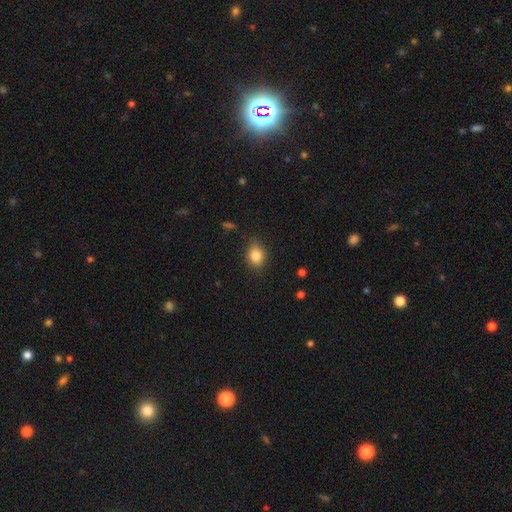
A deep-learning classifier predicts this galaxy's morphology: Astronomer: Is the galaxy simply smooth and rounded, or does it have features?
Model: smooth — 83%.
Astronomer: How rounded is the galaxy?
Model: round — 50% (runner-up: in between, 48%).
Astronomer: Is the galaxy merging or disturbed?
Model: none — 78%.